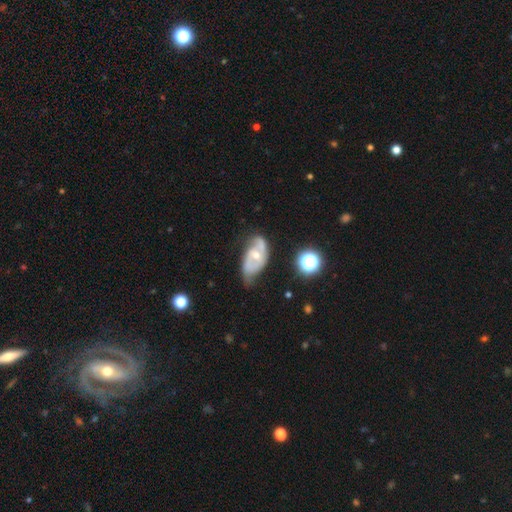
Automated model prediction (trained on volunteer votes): A featured or disk galaxy (71%) with no bar (59%), 2 (68%) medium (43%) spiral arms (80%) and a moderate central bulge (51%).

Vote fractions:
- Smooth or featured? featured or disk: 71% / smooth: 22% / star or artifact: 8%
- Edge-on disk? no: 95% / yes: 5%
- Bar? no: 59% / weak: 32% / strong: 9%
- Spiral arms? yes: 80% / no: 20%
- Spiral winding? medium: 43% / tight: 31% / loose: 26%
- Spiral arm count? 2: 68% / can't tell: 18% / 1: 8% / 3: 3% / 4: 1% / more than 4: 1%
- Bulge size? moderate: 51% / small: 45% / large: 2% / none: 1% / dominant: 1%
- Merging? none: 46% / minor disturbance: 36% / major disturbance: 15% / merger: 3%